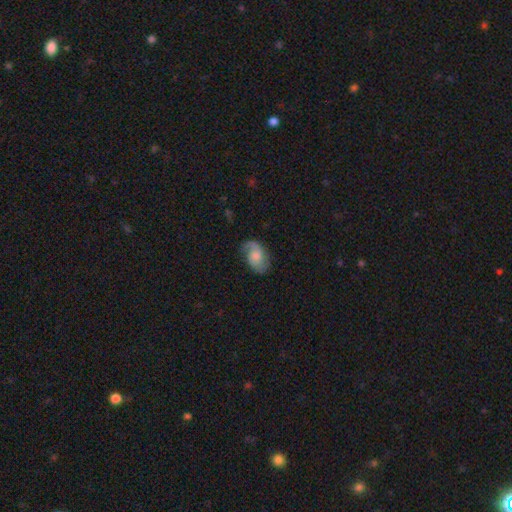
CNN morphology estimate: Smooth or featured? Predicted: featured or disk (p=0.65). Edge-on disk? Predicted: no (p=0.97). Bar? Predicted: no (p=0.65). Spiral arms? Predicted: yes (p=0.93). Spiral winding? Predicted: medium (p=0.43). Spiral arm count? Predicted: 2 (p=0.73). Bulge size? Predicted: moderate (p=0.35). Merging? Predicted: none (p=0.67).